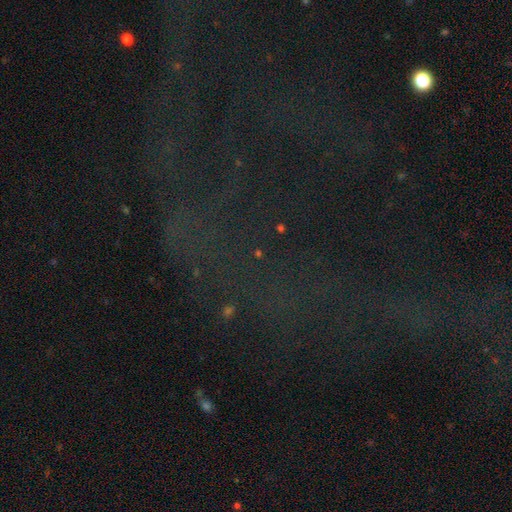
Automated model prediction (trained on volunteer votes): The model was most divided on "smooth or featured": star or artifact: 72%, featured or disk: 14%, smooth: 13%.